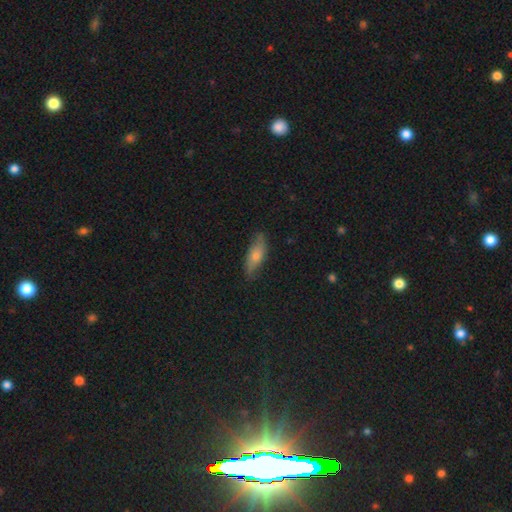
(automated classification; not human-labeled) Overall: smooth (59%; featured or disk 33%). How rounded: in between (58%; cigar-shaped 38%). Merging: none (80%).